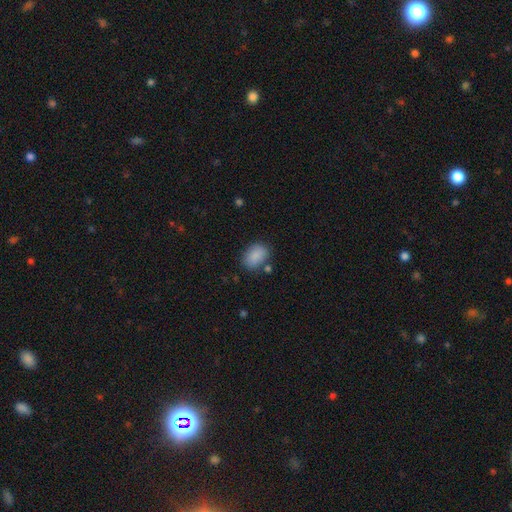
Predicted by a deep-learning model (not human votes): Smooth or featured?
  - smooth: 87% *
  - star or artifact: 8%
  - featured or disk: 5%
How rounded?
  - in between: 82% *
  - round: 17%
  - cigar-shaped: 1%
Merging?
  - none: 75% *
  - minor disturbance: 15%
  - merger: 5%
  - major disturbance: 4%